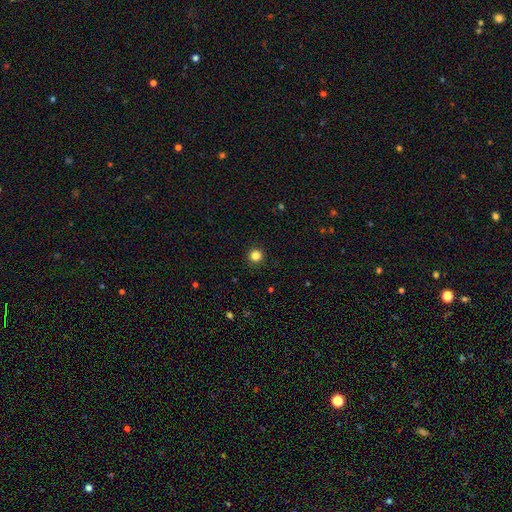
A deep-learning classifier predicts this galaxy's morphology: smooth-or-featured: smooth: 84% | star or artifact: 12% | featured or disk: 4%
  how-rounded: round: 95% | in between: 4% | cigar-shaped: 1%
  merging: none: 92% | minor disturbance: 5% | major disturbance: 2% | merger: 1%